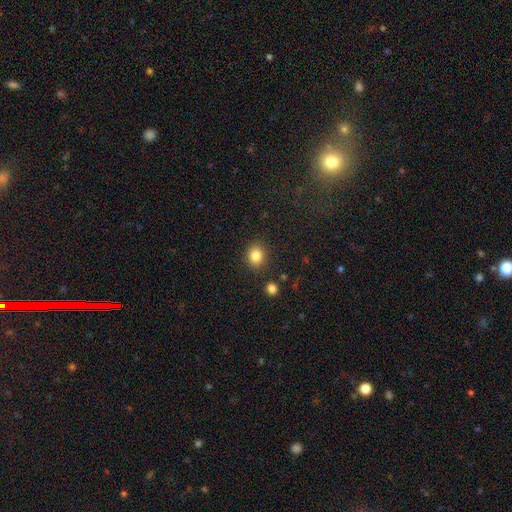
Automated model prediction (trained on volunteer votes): The model was most divided on "how rounded": round: 70%, in between: 29%, cigar-shaped: 1%. More confident: merging — none (88%); smooth or featured — smooth (84%).